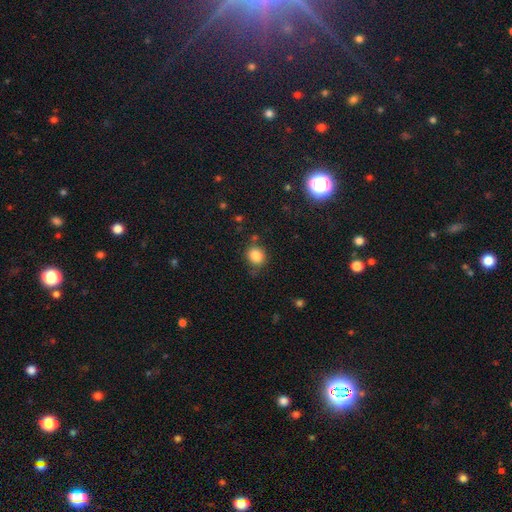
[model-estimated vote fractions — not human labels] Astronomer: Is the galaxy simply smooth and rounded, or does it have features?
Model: smooth — 85%.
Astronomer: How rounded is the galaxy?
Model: round — 78%.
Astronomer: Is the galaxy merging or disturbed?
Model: none — 76%.